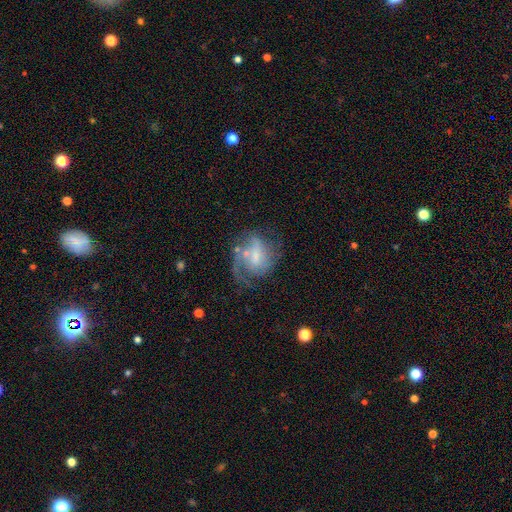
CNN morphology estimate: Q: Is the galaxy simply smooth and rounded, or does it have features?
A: featured or disk — 72%.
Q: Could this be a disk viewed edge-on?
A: no — 98%.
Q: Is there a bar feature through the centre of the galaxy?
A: weak — 48%.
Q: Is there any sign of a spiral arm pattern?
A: yes — 86%.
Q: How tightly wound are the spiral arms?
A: medium — 45%.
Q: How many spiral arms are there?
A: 2 — 41%.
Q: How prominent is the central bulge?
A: small — 40%.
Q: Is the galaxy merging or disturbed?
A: none — 45%.